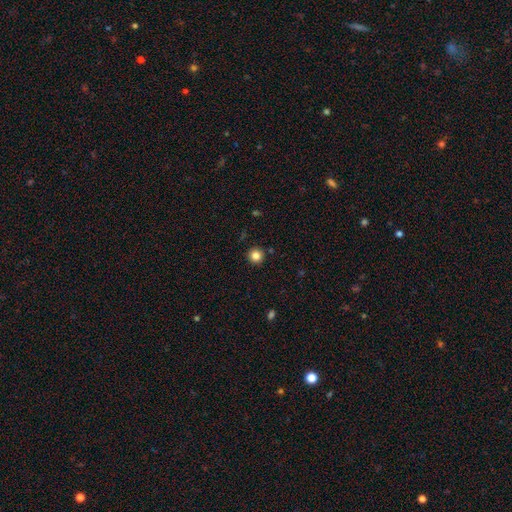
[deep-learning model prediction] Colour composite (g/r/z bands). It shows a smooth galaxy with no disk features (83%) that is round (95%). Merging: none (92%).